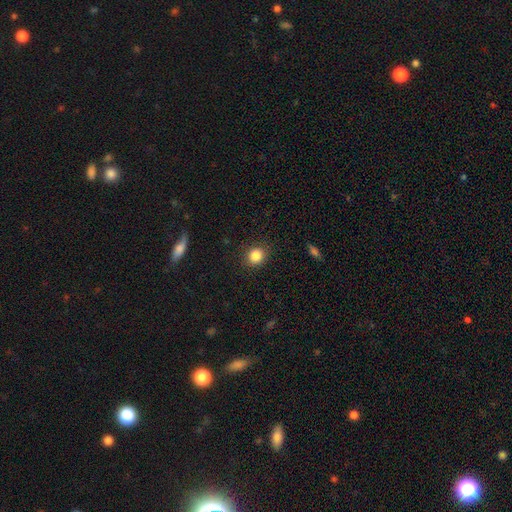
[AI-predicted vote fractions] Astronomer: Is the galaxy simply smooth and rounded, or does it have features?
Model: smooth — 85%.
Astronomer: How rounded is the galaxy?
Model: round — 80%.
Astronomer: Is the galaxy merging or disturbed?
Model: none — 89%.